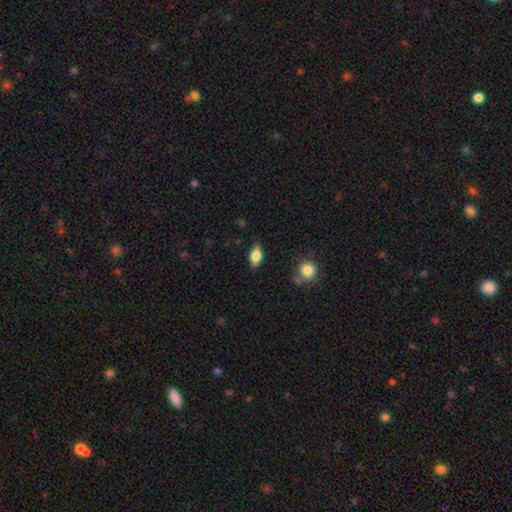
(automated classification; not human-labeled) The model was most divided on "smooth or featured": smooth: 66%, featured or disk: 26%, star or artifact: 8%. More confident: how rounded — in between (84%); merging — none (81%).